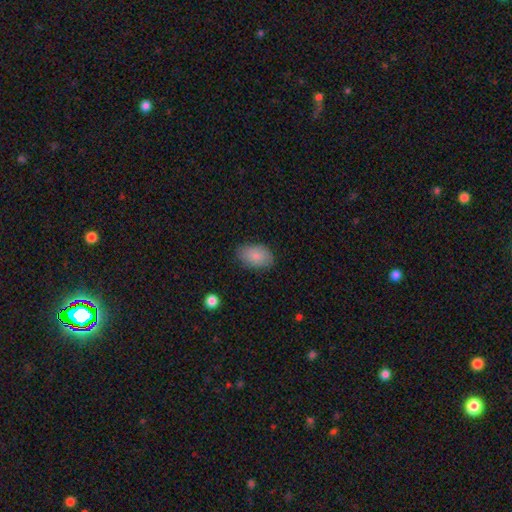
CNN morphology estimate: A smooth galaxy with no disk features (85%) that is in between round and cigar-shaped (89%). Merging: none (82%).